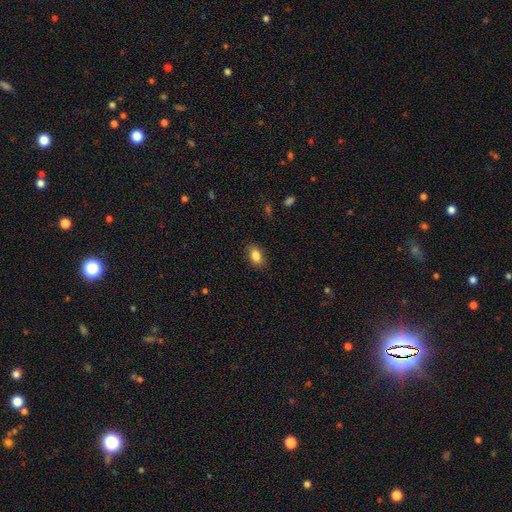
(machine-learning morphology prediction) smooth-or-featured: smooth: 85% | star or artifact: 8% | featured or disk: 7%
  how-rounded: in between: 84% | round: 14% | cigar-shaped: 2%
  merging: none: 87% | minor disturbance: 10% | major disturbance: 2% | merger: 1%